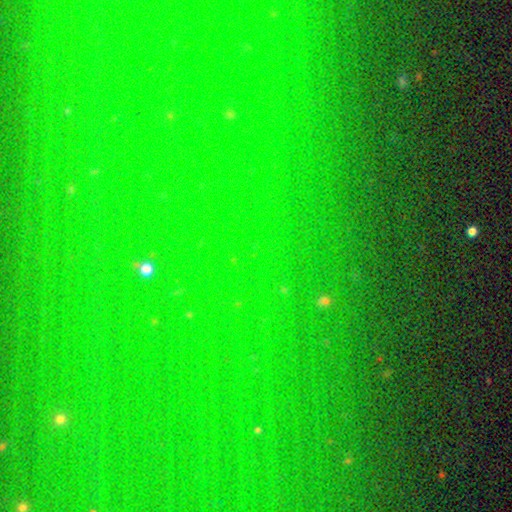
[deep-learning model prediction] smooth_or_featured: star or artifact (p=0.79) [alt: smooth p=0.13]